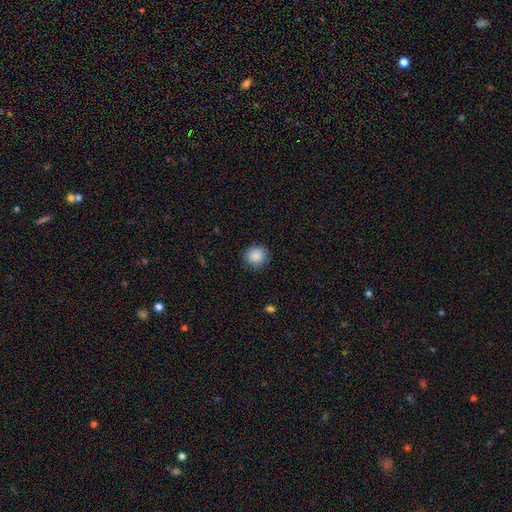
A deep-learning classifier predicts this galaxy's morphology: Overall: smooth (88%). How rounded: round (90%). Merging: none (86%).